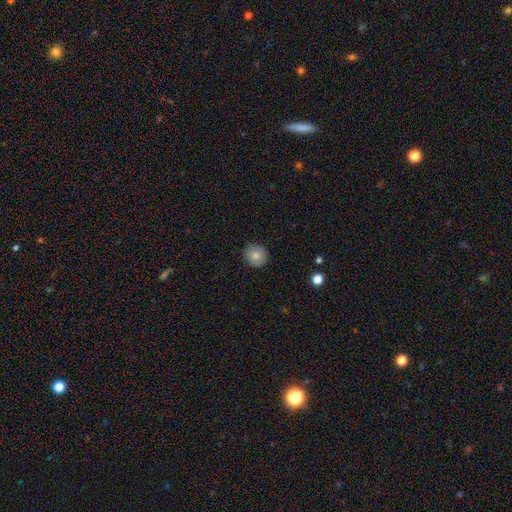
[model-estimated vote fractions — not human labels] smooth 82%, featured or disk 9%, star or artifact 9%. Down the decision tree: how rounded — round (92%); merging — none (91%).